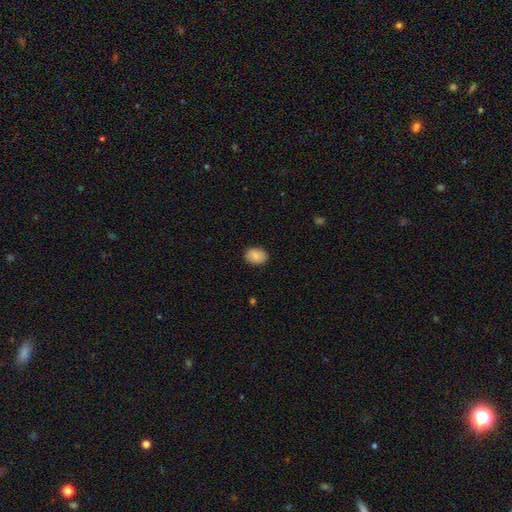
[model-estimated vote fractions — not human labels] Overall: smooth (83%). How rounded: in between (65%; round 34%). Merging: none (86%).